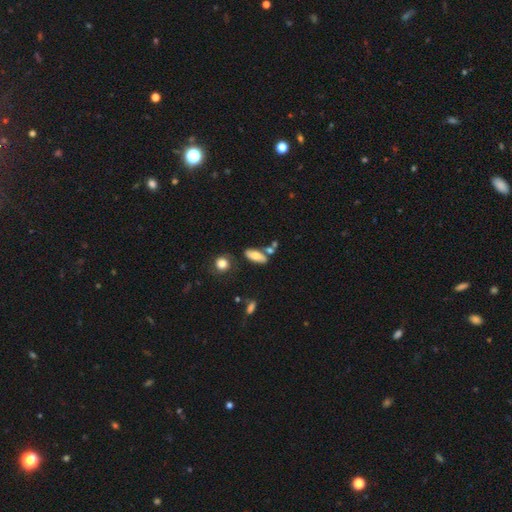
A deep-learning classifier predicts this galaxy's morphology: Smooth or featured?
  - smooth: 67% *
  - featured or disk: 25%
  - star or artifact: 8%
How rounded?
  - in between: 77% *
  - cigar-shaped: 19%
  - round: 3%
Merging?
  - none: 62% *
  - minor disturbance: 17%
  - merger: 15%
  - major disturbance: 5%